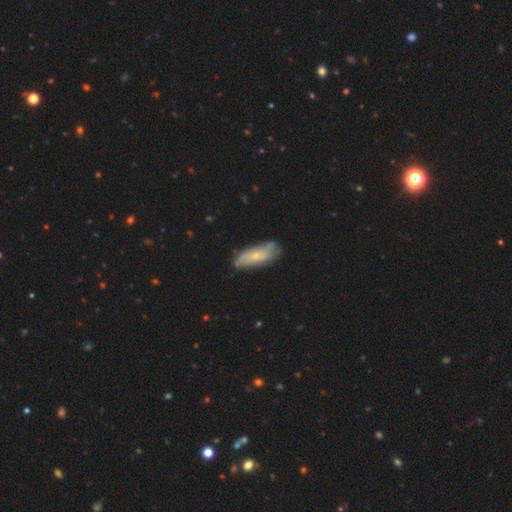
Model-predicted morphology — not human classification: This appears to be a smooth galaxy with no disk features (49%). Merging: none (66%).